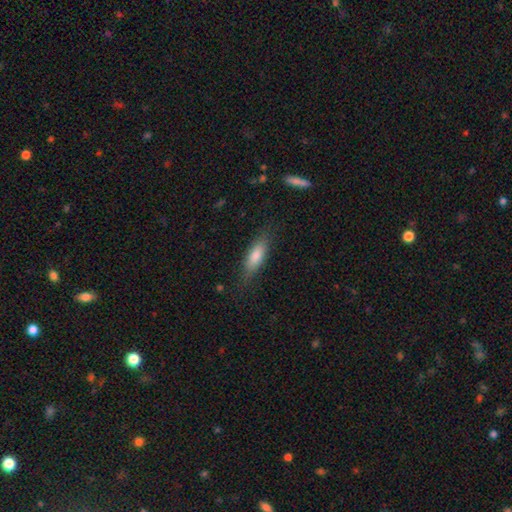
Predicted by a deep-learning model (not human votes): A smooth galaxy with no disk features (75%) that is in between round and cigar-shaped (49%).

Vote fractions:
- Smooth or featured? smooth: 75% / featured or disk: 19% / star or artifact: 7%
- How rounded? in between: 49% / cigar-shaped: 48% / round: 2%
- Merging? none: 79% / minor disturbance: 16% / major disturbance: 4% / merger: 1%